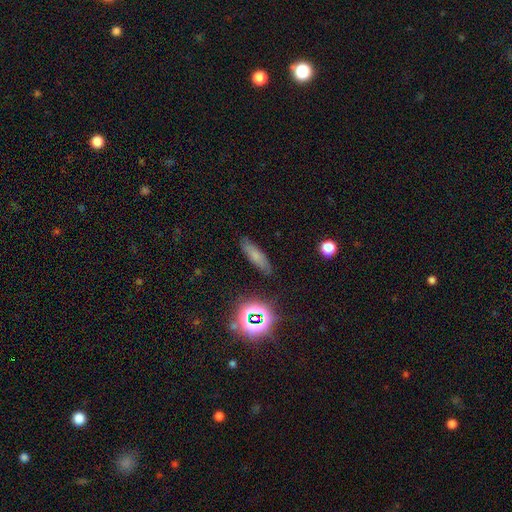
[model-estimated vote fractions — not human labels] This is likely a smooth galaxy (65%). How rounded: possibly cigar-shaped (59%). Merging: clearly none (83%).